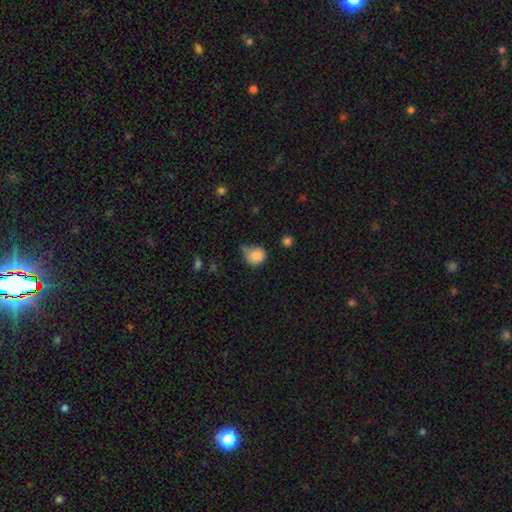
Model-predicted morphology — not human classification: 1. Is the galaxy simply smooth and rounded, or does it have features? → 82% smooth, 9% star or artifact, 9% featured or disk.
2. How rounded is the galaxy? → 82% round, 18% in between, 1% cigar-shaped.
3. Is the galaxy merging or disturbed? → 42% none, 38% minor disturbance, 12% major disturbance, 7% merger.